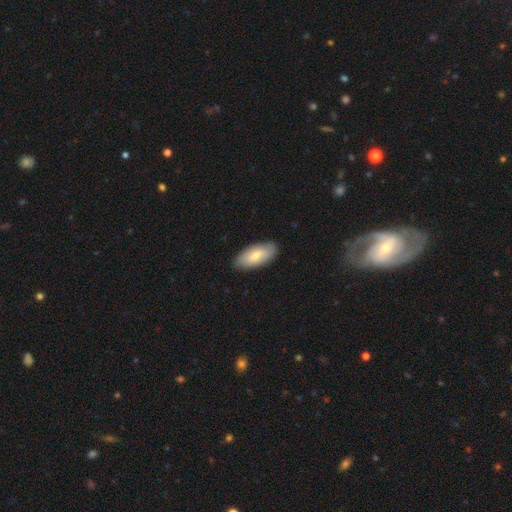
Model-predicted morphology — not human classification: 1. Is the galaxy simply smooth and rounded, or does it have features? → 72% smooth, 23% featured or disk, 5% star or artifact.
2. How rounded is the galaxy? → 90% in between, 8% cigar-shaped, 2% round.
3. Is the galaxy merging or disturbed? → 86% none, 11% minor disturbance, 2% major disturbance, 1% merger.